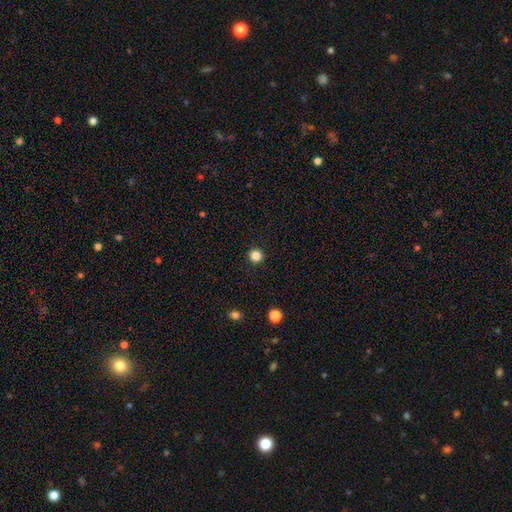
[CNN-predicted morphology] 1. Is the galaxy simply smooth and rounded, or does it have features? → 84% smooth, 12% star or artifact, 3% featured or disk.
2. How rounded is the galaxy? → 95% round, 4% in between, 1% cigar-shaped.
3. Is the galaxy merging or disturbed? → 93% none, 4% minor disturbance, 2% major disturbance, 1% merger.